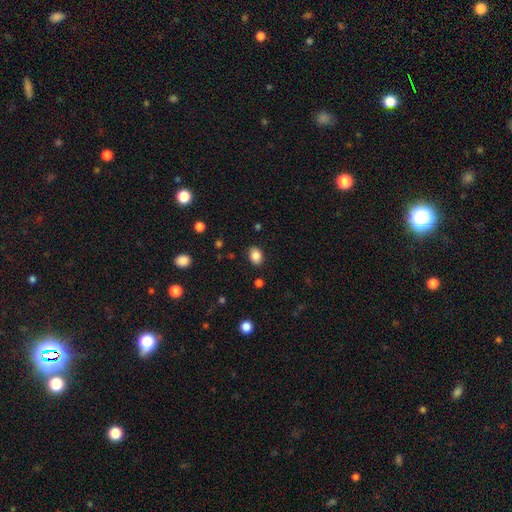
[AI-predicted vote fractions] smooth_or_featured: smooth (p=0.85) [alt: star or artifact p=0.09]
how_rounded: in between (p=0.68) [alt: round p=0.31]
merging: none (p=0.87) [alt: minor disturbance p=0.10]